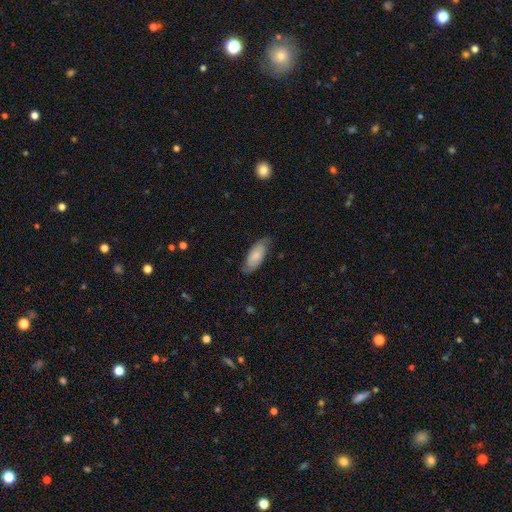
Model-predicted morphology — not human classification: smooth_or_featured: smooth (p=0.74) [alt: featured or disk p=0.20]
how_rounded: in between (p=0.82) [alt: cigar-shaped p=0.16]
merging: none (p=0.75) [alt: minor disturbance p=0.20]